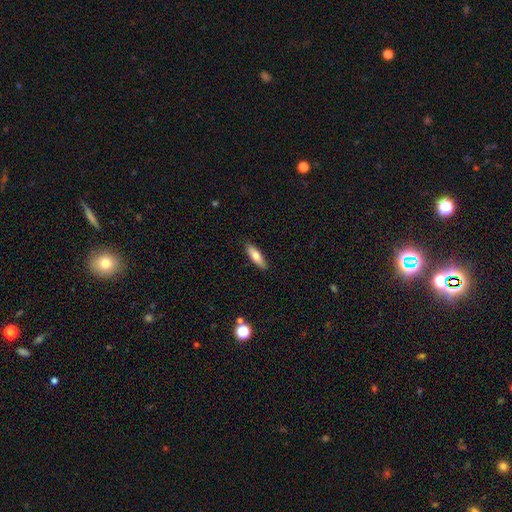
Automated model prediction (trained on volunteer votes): Morphology: type=smooth (72%); roundness=cigar-shaped (55%); merging=none (88%).